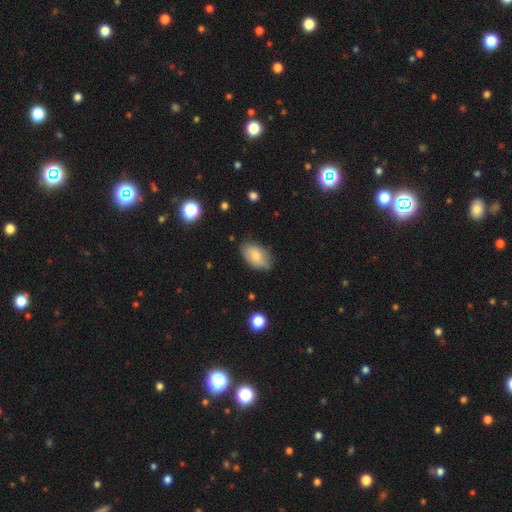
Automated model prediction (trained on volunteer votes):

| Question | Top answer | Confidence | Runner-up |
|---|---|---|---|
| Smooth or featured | smooth | 77% | featured or disk (16%) |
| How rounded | in between | 93% | round (5%) |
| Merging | none | 75% | minor disturbance (20%) |